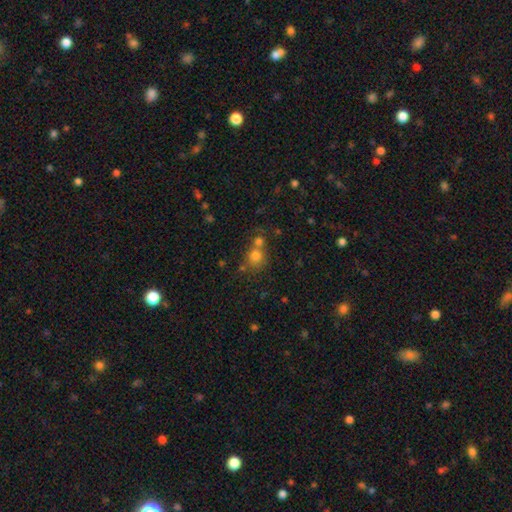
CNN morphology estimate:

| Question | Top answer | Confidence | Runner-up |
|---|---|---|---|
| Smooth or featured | smooth | 76% | star or artifact (14%) |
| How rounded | round | 83% | in between (16%) |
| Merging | none | 47% | merger (41%) |